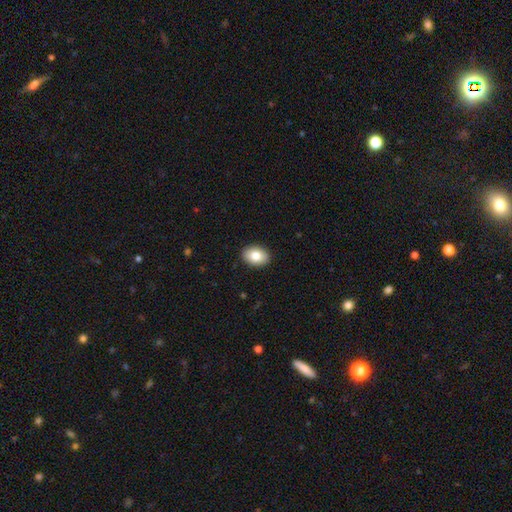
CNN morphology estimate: smooth_or_featured: smooth (p=0.83) [alt: featured or disk p=0.09]
how_rounded: in between (p=0.77) [alt: round p=0.22]
merging: none (p=0.91) [alt: minor disturbance p=0.07]